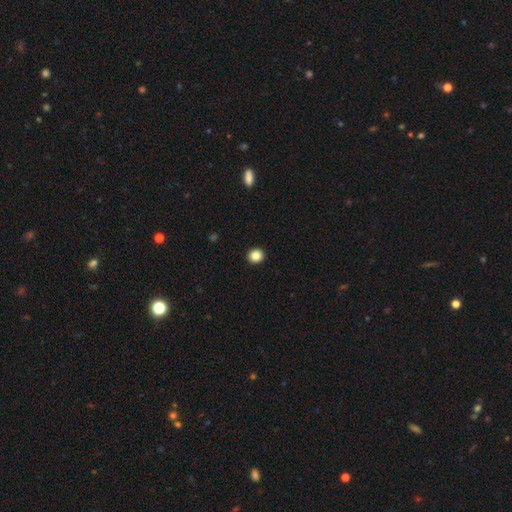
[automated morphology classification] type=smooth (85%); roundness=round (87%); merging=none (93%).